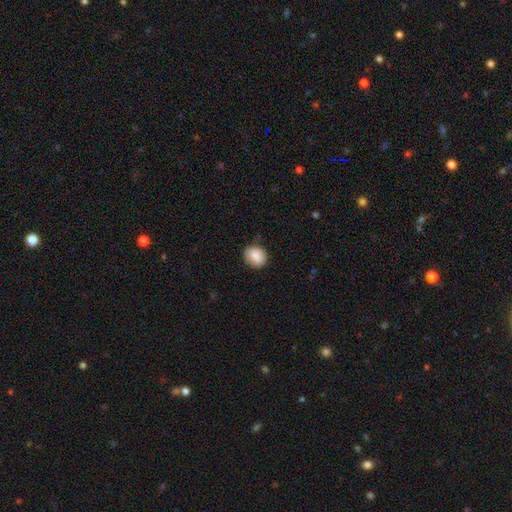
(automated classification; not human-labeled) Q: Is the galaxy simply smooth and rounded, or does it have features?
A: smooth — 86%.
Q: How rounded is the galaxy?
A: round — 61%.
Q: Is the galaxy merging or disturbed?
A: none — 80%.